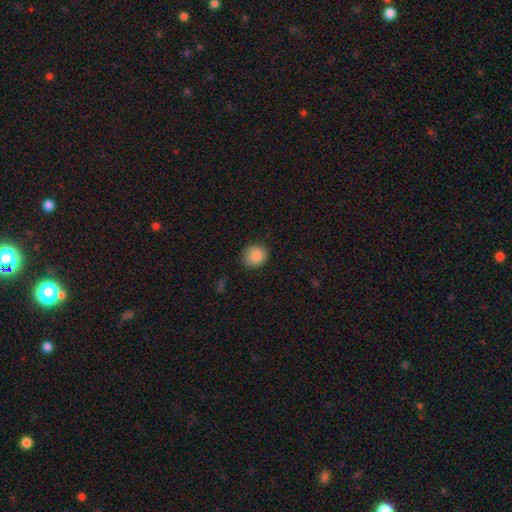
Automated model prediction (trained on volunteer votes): Smooth or featured?
  - smooth: 87% *
  - star or artifact: 8%
  - featured or disk: 4%
How rounded?
  - round: 83% *
  - in between: 16%
  - cigar-shaped: 1%
Merging?
  - none: 84% *
  - minor disturbance: 12%
  - major disturbance: 3%
  - merger: 1%